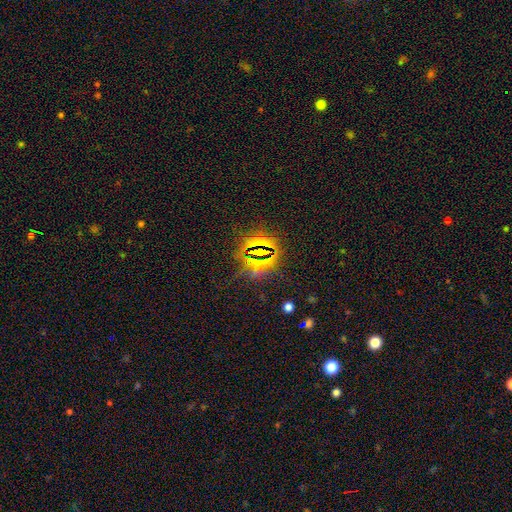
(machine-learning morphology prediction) Q: Smooth or featured?
A: star or artifact (77%); runner-up: smooth (14%)